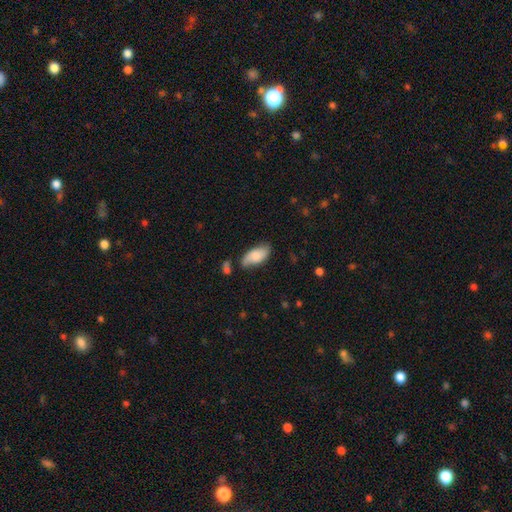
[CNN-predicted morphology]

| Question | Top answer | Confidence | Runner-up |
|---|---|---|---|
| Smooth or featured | smooth | 72% | featured or disk (21%) |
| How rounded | in between | 90% | cigar-shaped (8%) |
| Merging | none | 62% | minor disturbance (26%) |